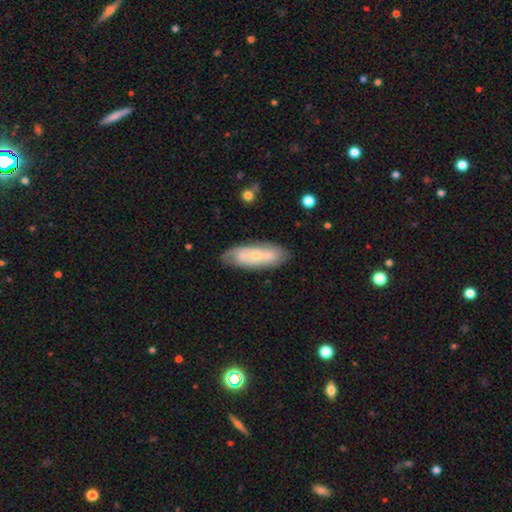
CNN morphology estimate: This appears to be a featured or disk galaxy (57%). Merging: none (75%).